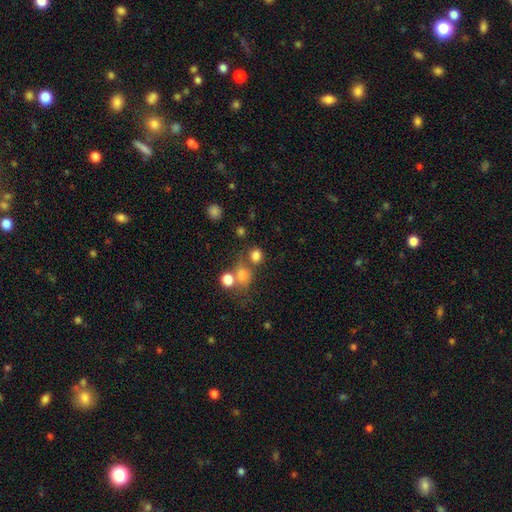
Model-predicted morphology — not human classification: smooth_or_featured: smooth (p=0.77) [alt: star or artifact p=0.16]
how_rounded: round (p=0.74) [alt: in between p=0.25]
merging: none (p=0.63) [alt: merger p=0.22]